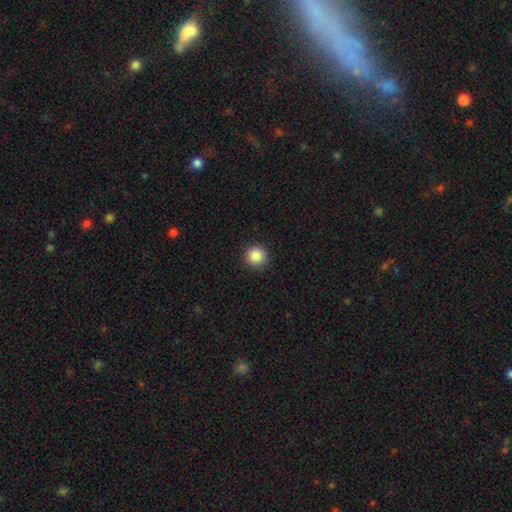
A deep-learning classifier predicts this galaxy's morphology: Smooth or featured? Predicted: smooth (p=0.87). How rounded? Predicted: round (p=0.95). Merging? Predicted: none (p=0.93).